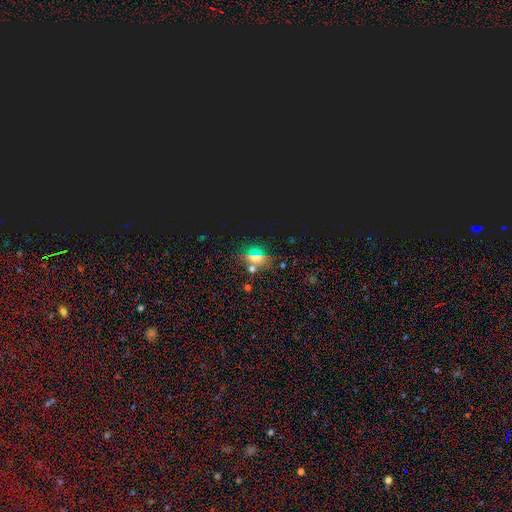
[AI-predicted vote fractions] Smooth or featured?
  - star or artifact: 44% *
  - smooth: 42%
  - featured or disk: 14%